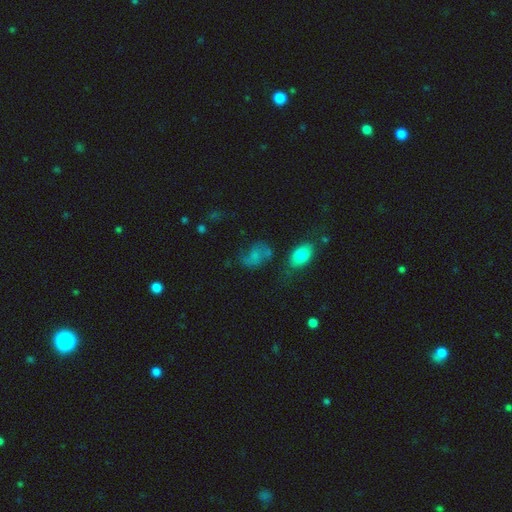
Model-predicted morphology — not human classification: smooth 50%, featured or disk 34%, star or artifact 16%. Down the decision tree: merging — none (44%).